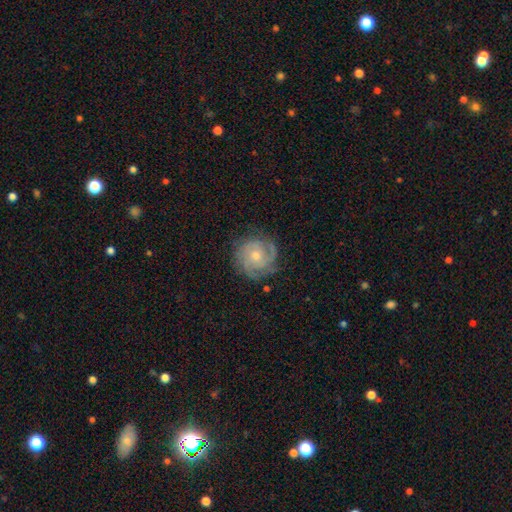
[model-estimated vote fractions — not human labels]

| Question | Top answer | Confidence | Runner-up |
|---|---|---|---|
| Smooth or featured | featured or disk | 76% | smooth (18%) |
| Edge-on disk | no | 98% | yes (2%) |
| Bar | no | 77% | weak (20%) |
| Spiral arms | yes | 93% | no (7%) |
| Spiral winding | tight | 66% | medium (27%) |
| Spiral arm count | can't tell | 30% | tied: 3 (30%) |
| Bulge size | moderate | 54% | small (40%) |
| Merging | none | 75% | minor disturbance (17%) |